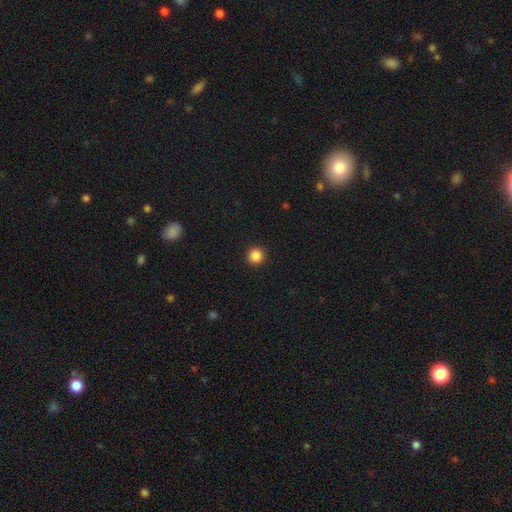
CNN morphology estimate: Smooth or featured? Predicted: smooth (p=0.86). How rounded? Predicted: round (p=0.96). Merging? Predicted: none (p=0.93).